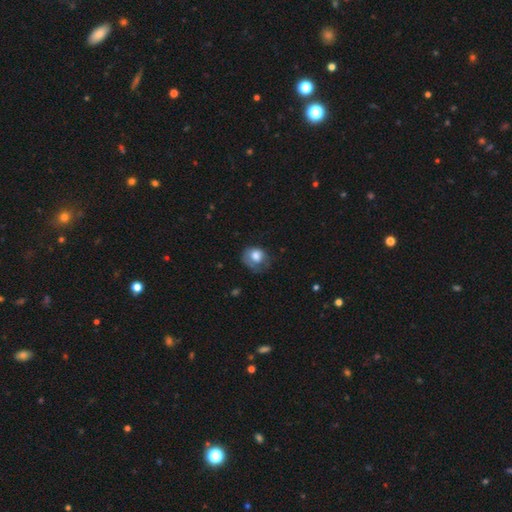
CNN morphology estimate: Smooth or featured: smooth — 71% (featured or disk — 21%)
How rounded: round — 60% (in between — 39%)
Merging: none — 38% (minor disturbance — 32%)